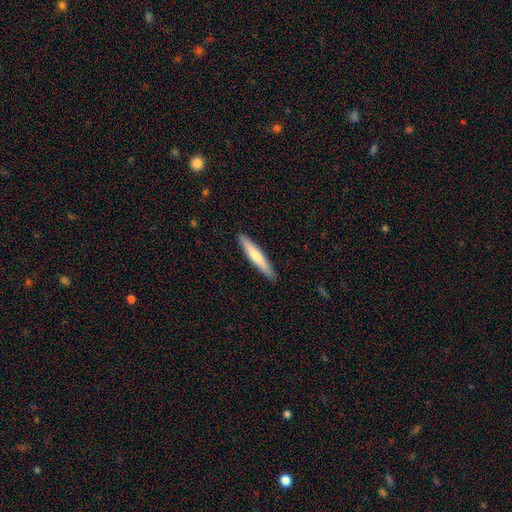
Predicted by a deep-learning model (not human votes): smooth-or-featured: smooth: 62% | featured or disk: 33% | star or artifact: 5%
  how-rounded: cigar-shaped: 93% | in between: 6% | round: 1%
  merging: none: 91% | minor disturbance: 7% | major disturbance: 1% | merger: 1%